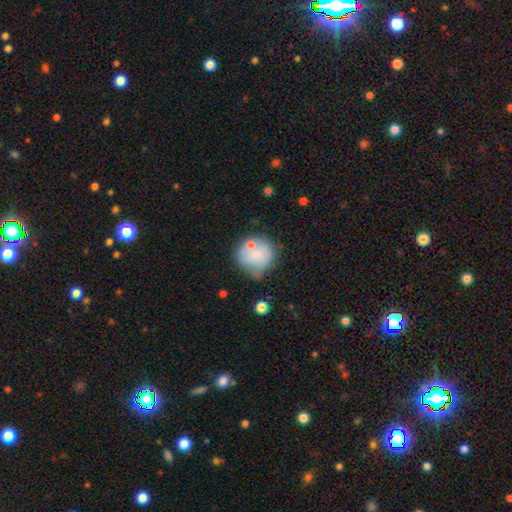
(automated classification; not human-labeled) smooth_or_featured: smooth (p=0.66) [alt: featured or disk p=0.26]
how_rounded: round (p=0.85) [alt: in between p=0.14]
merging: none (p=0.45) [alt: minor disturbance p=0.27]